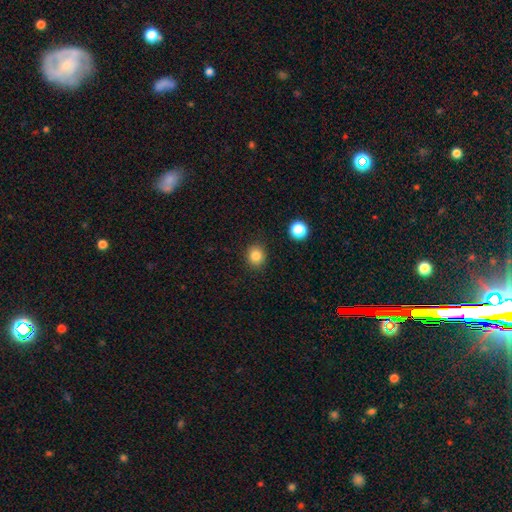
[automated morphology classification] Overall: smooth (84%). How rounded: round (83%). Merging: none (89%).